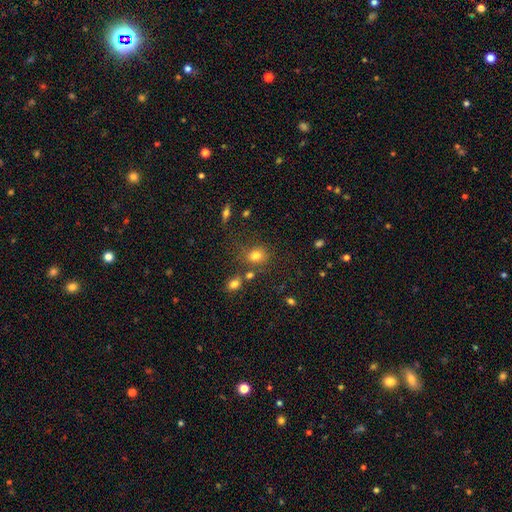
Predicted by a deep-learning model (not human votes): A smooth galaxy with no disk features (77%) that is round (69%).

Vote fractions:
- Smooth or featured? smooth: 77% / star or artifact: 14% / featured or disk: 9%
- How rounded? round: 69% / in between: 30% / cigar-shaped: 1%
- Merging? none: 67% / minor disturbance: 14% / merger: 12% / major disturbance: 7%